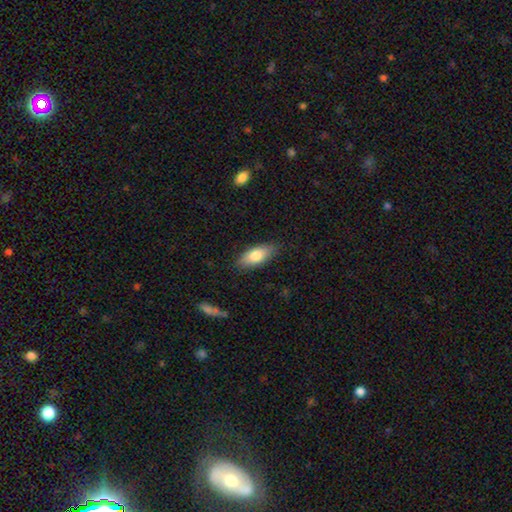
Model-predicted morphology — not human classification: A smooth galaxy with no disk features (77%) that is in between round and cigar-shaped (81%). Merging: none (85%).